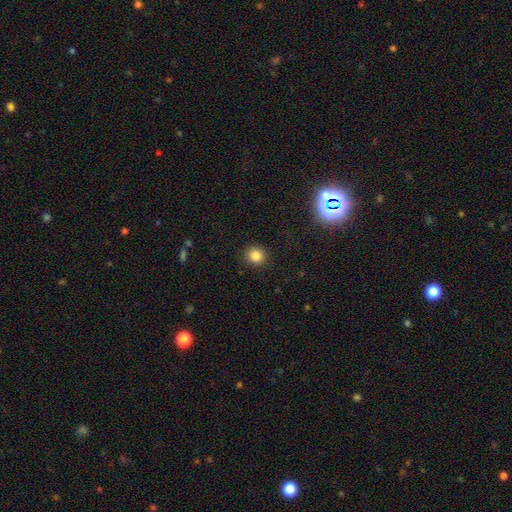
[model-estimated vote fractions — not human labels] Smooth or featured? smooth (83%)
How rounded? round (87%)
Merging? none (91%)